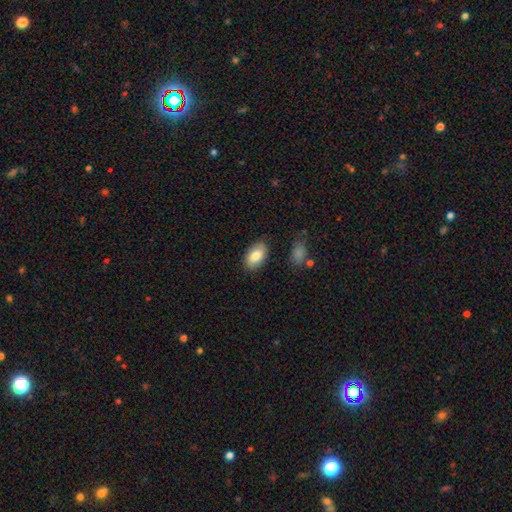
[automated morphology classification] type=smooth (83%); roundness=in between (93%); merging=none (83%).